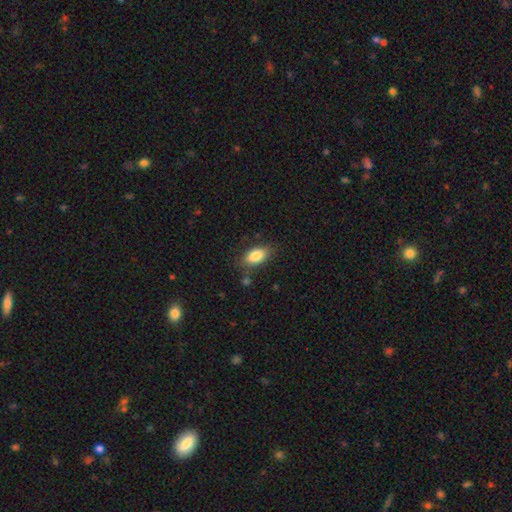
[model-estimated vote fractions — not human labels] Morphology: type=smooth (85%); roundness=in between (90%); merging=none (79%).